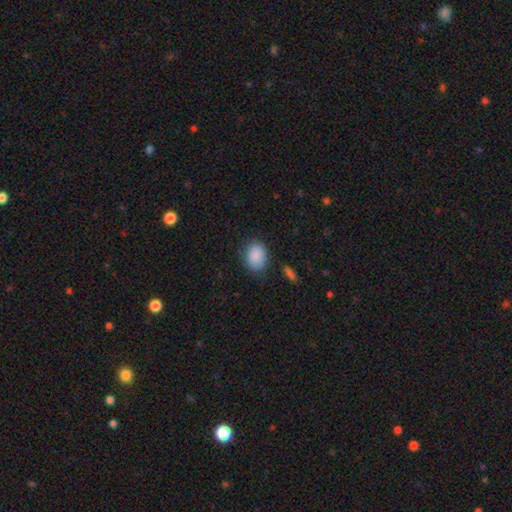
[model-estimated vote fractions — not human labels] A smooth galaxy with no disk features (88%) that is in between round and cigar-shaped (60%).

Vote fractions:
- Smooth or featured? smooth: 88% / star or artifact: 7% / featured or disk: 4%
- How rounded? in between: 60% / round: 39% / cigar-shaped: 1%
- Merging? none: 77% / minor disturbance: 16% / major disturbance: 4% / merger: 3%